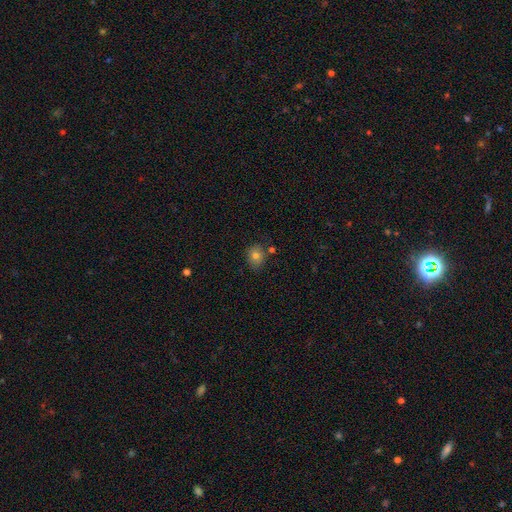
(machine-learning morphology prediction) Overall: smooth (78%). How rounded: round (60%; in between 39%). Merging: none (74%).